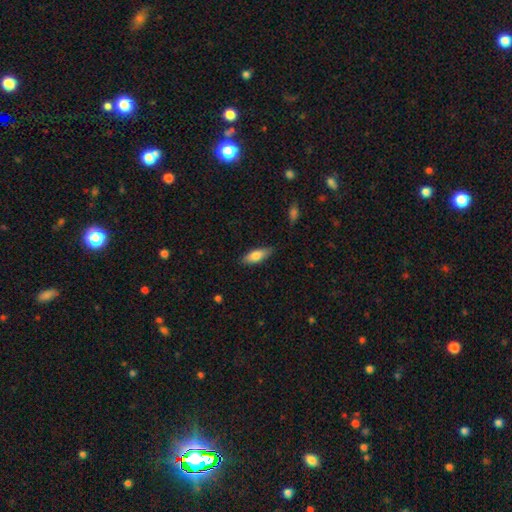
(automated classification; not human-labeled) Smooth or featured? smooth (77%)
How rounded? in between (72%)
Merging? none (81%)